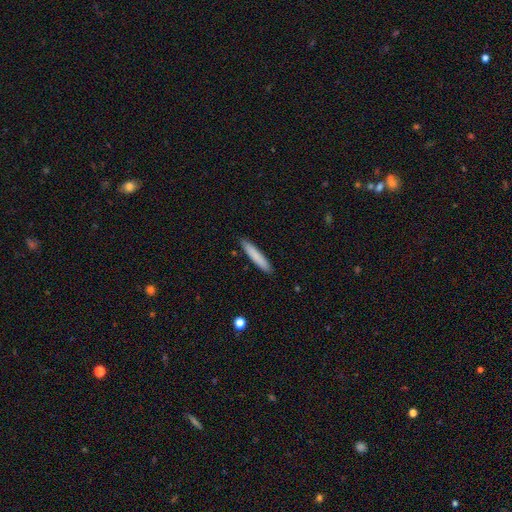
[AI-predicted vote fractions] Smooth or featured? Predicted: smooth (p=0.82). How rounded? Predicted: cigar-shaped (p=0.93). Merging? Predicted: none (p=0.90).